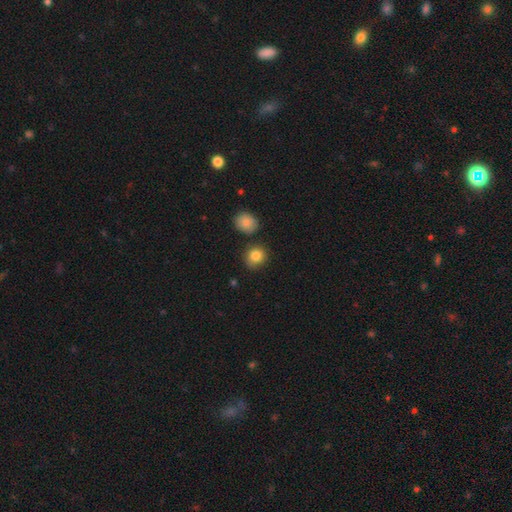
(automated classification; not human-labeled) A smooth galaxy with no disk features (84%) that is round (81%).

Vote fractions:
- Smooth or featured? smooth: 84% / star or artifact: 10% / featured or disk: 6%
- How rounded? round: 81% / in between: 18% / cigar-shaped: 1%
- Merging? none: 82% / minor disturbance: 10% / merger: 5% / major disturbance: 3%